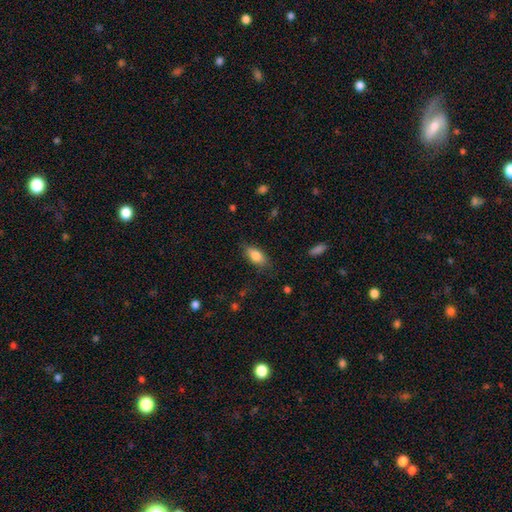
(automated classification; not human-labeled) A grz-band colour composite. It shows a smooth galaxy with no disk features (81%) that is in between round and cigar-shaped (86%). Merging: none (77%).